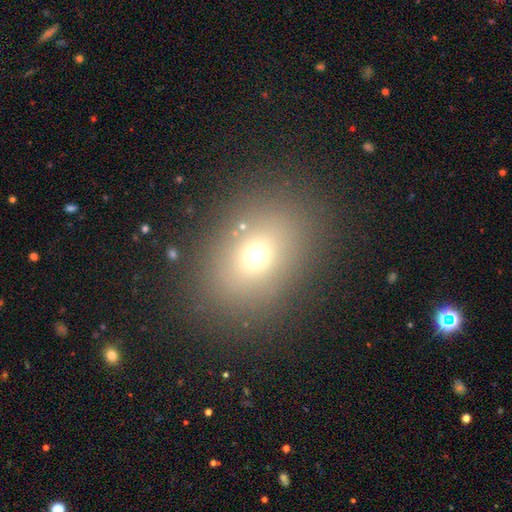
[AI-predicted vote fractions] Smooth or featured?
  - smooth: 67% *
  - star or artifact: 20%
  - featured or disk: 14%
How rounded?
  - in between: 62% *
  - round: 36%
  - cigar-shaped: 1%
Merging?
  - none: 84% *
  - minor disturbance: 9%
  - major disturbance: 4%
  - merger: 2%